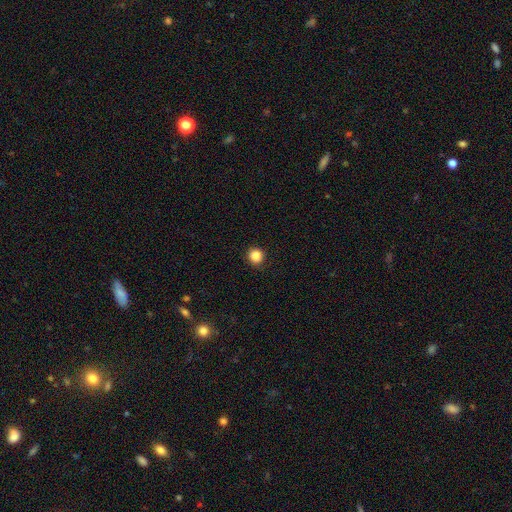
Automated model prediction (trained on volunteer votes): This is clearly a smooth galaxy (87%). How rounded: clearly round (89%). Merging: clearly none (90%).